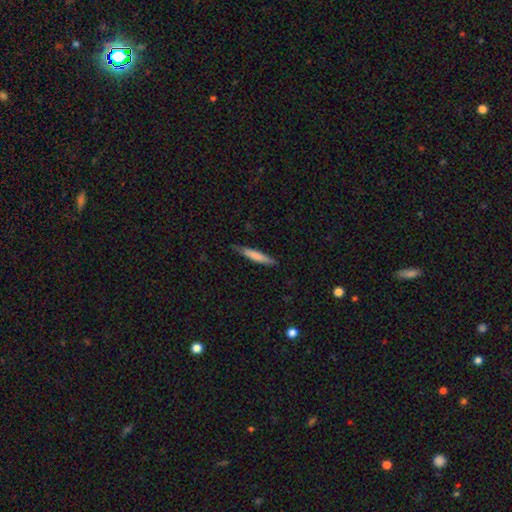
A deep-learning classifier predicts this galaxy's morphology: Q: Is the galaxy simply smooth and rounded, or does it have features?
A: smooth — 76%.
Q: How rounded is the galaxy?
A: cigar-shaped — 92%.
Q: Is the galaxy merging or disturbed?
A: none — 82%.